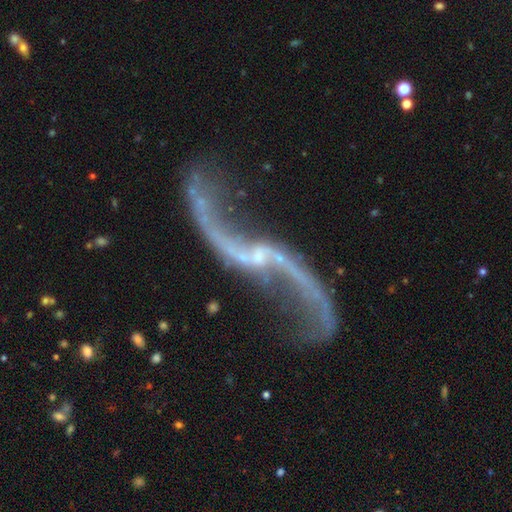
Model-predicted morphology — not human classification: Q: Smooth or featured?
A: featured or disk (92%); runner-up: star or artifact (5%)
Q: Edge-on disk?
A: no (93%); runner-up: yes (7%)
Q: Bar?
A: no (44%); runner-up: weak (35%)
Q: Spiral arms?
A: yes (96%); runner-up: no (4%)
Q: Spiral winding?
A: loose (96%); runner-up: medium (3%)
Q: Spiral arm count?
A: 2 (95%); runner-up: 1 (1%)
Q: Bulge size?
A: small (76%); runner-up: none (15%)
Q: Merging?
A: none (66%); runner-up: minor disturbance (14%)